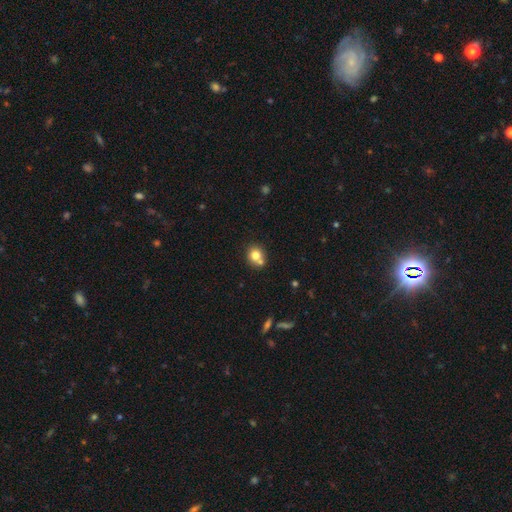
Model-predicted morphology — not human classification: Q: Smooth or featured?
A: smooth (77%); runner-up: featured or disk (11%)
Q: How rounded?
A: round (77%); runner-up: in between (22%)
Q: Merging?
A: none (55%); runner-up: merger (32%)